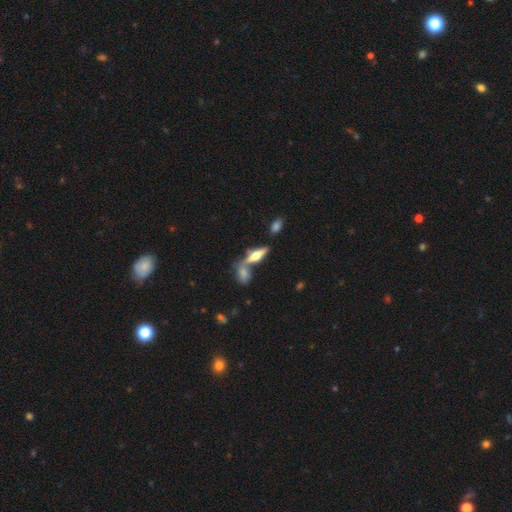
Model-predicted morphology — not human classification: A featured or disk galaxy (49%).

Vote fractions:
- Smooth or featured? featured or disk: 49% / smooth: 43% / star or artifact: 8%
- Merging? none: 54% / merger: 31% / minor disturbance: 11% / major disturbance: 4%